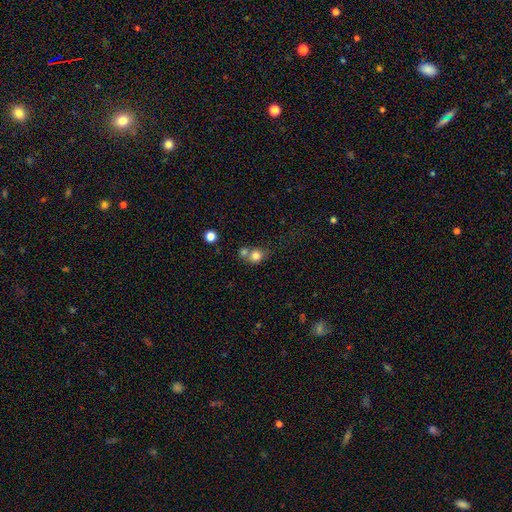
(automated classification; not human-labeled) Overall: smooth (79%). How rounded: round (77%). Merging: merger (46%; none 40%).